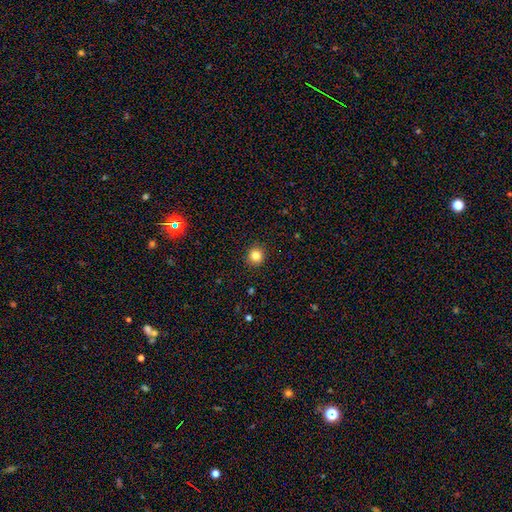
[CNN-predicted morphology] type=smooth (83%); roundness=round (91%); merging=none (92%).